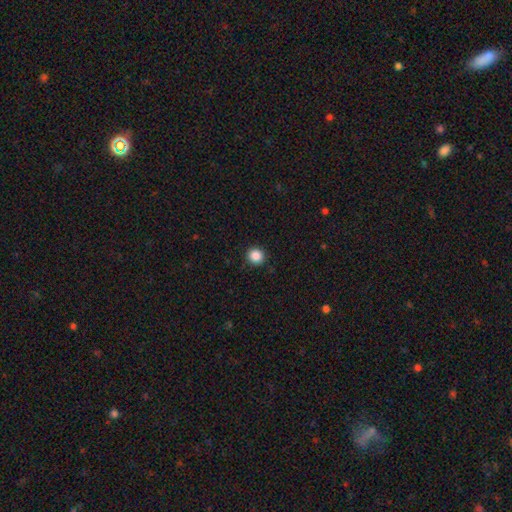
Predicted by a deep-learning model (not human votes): smooth_or_featured: smooth (p=0.87) [alt: star or artifact p=0.10]
how_rounded: round (p=0.92) [alt: in between p=0.07]
merging: none (p=0.92) [alt: minor disturbance p=0.05]